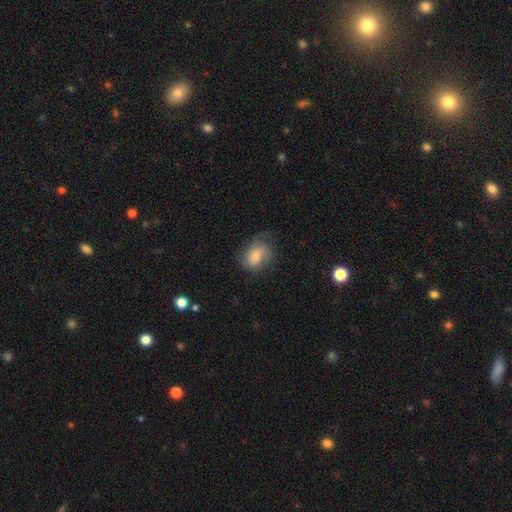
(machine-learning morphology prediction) smooth 50%, featured or disk 41%, star or artifact 10%. Down the decision tree: merging — none (56%).